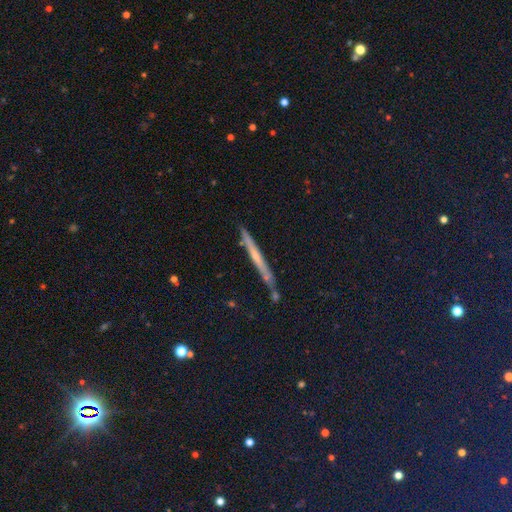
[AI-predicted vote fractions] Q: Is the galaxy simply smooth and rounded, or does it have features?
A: featured or disk — 53%.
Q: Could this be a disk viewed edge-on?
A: yes — 94%.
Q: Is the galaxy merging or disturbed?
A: none — 77%.